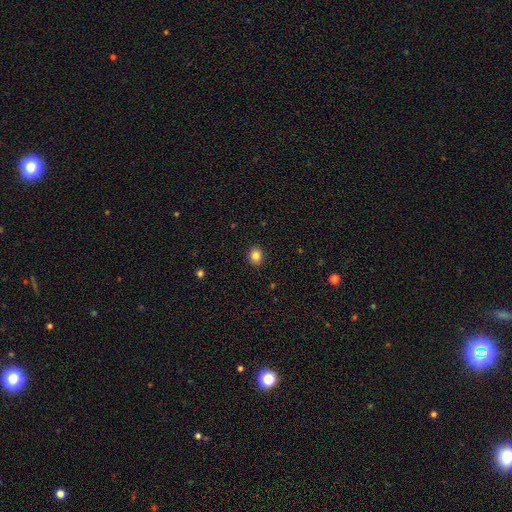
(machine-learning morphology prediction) A smooth galaxy with no disk features (85%) that is round (67%).

Vote fractions:
- Smooth or featured? smooth: 85% / star or artifact: 10% / featured or disk: 5%
- How rounded? round: 67% / in between: 33% / cigar-shaped: 1%
- Merging? none: 91% / minor disturbance: 7% / major disturbance: 2% / merger: 1%